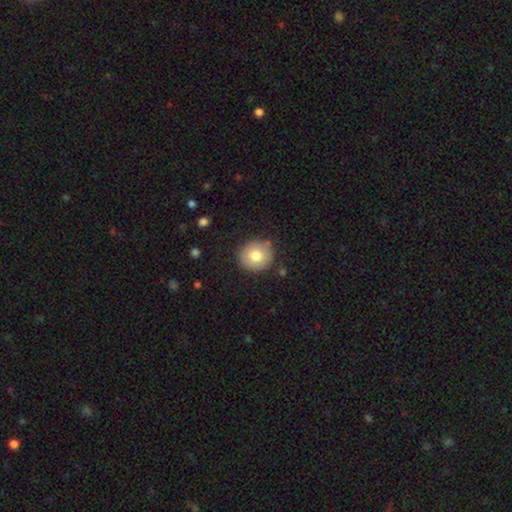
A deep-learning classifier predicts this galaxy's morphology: smooth-or-featured: smooth: 78% | featured or disk: 13% | star or artifact: 8%
  how-rounded: round: 86% | in between: 13% | cigar-shaped: 1%
  merging: none: 84% | minor disturbance: 11% | major disturbance: 3% | merger: 2%